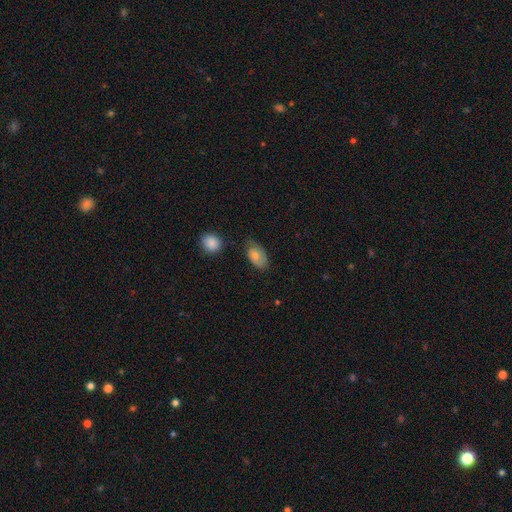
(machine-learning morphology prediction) Smooth or featured: smooth — 73% (featured or disk — 20%)
How rounded: in between — 90% (round — 8%)
Merging: none — 55% (minor disturbance — 31%)